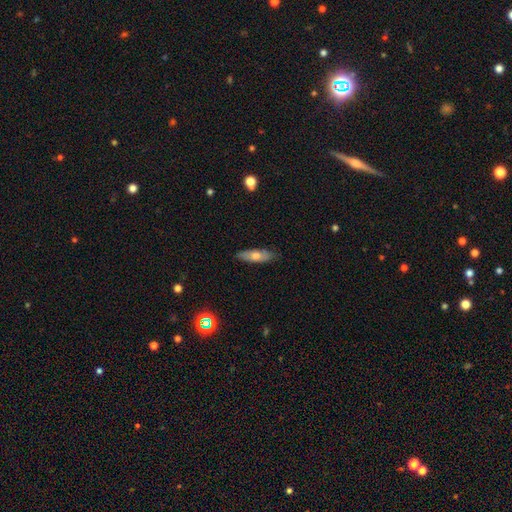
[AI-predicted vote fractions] smooth_or_featured: smooth (p=0.62) [alt: featured or disk p=0.32]
how_rounded: in between (p=0.54) [alt: cigar-shaped p=0.43]
merging: none (p=0.83) [alt: minor disturbance p=0.14]